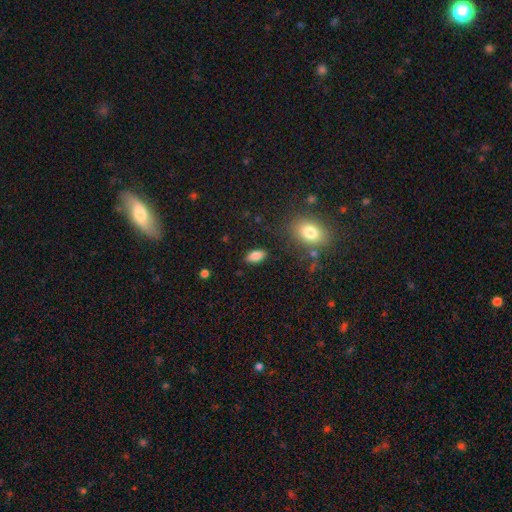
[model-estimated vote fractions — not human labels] Smooth or featured? Predicted: smooth (p=0.84). How rounded? Predicted: in between (p=0.90). Merging? Predicted: none (p=0.86).